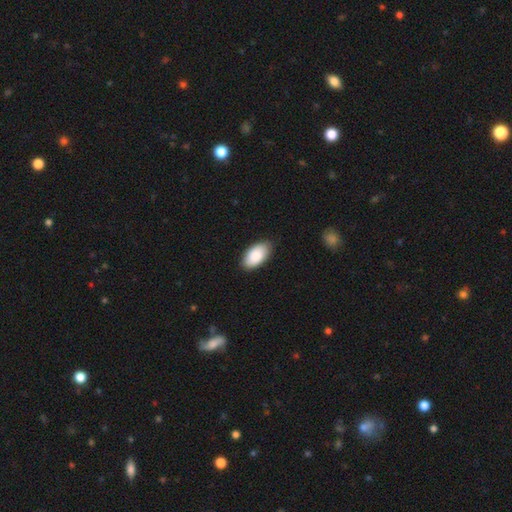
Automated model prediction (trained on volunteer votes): Smooth or featured?
  - smooth: 89% *
  - featured or disk: 6%
  - star or artifact: 6%
How rounded?
  - in between: 96% *
  - round: 2%
  - cigar-shaped: 2%
Merging?
  - none: 86% *
  - minor disturbance: 11%
  - major disturbance: 2%
  - merger: 1%